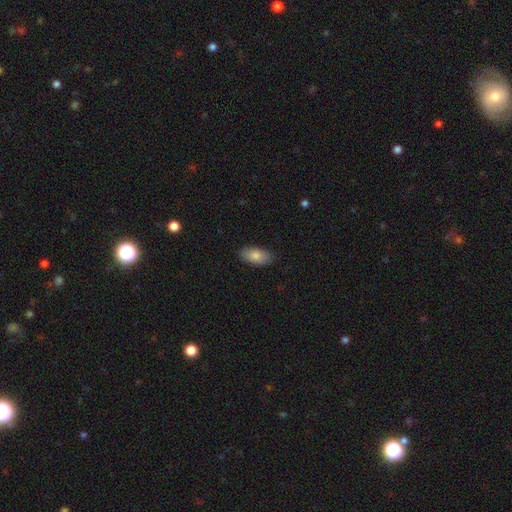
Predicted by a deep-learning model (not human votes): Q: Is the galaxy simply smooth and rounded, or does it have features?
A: smooth — 83%.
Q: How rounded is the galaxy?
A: in between — 92%.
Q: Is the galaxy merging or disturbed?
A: none — 87%.